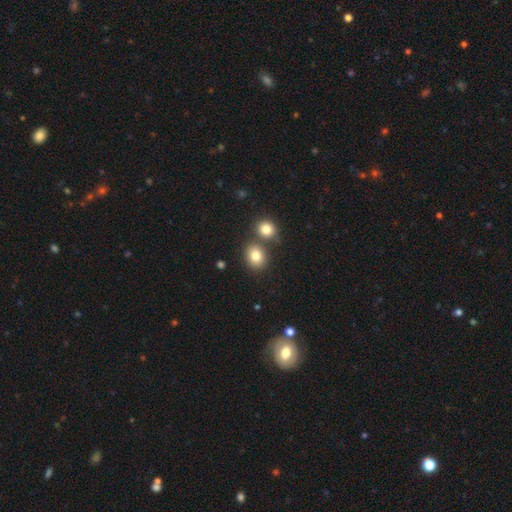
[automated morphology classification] Smooth or featured? Predicted: smooth (p=0.82). How rounded? Predicted: round (p=0.62). Merging? Predicted: none (p=0.66).